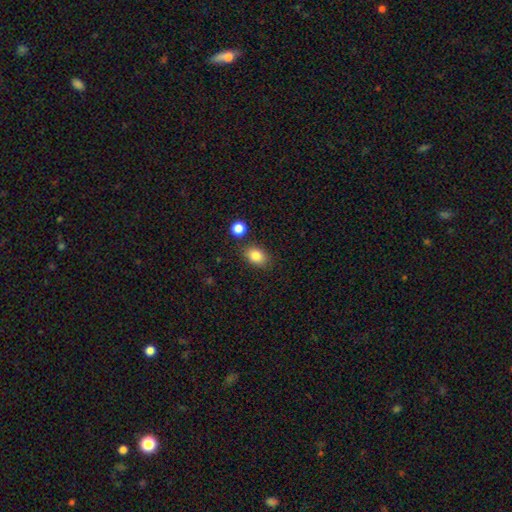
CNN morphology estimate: This appears to be a smooth galaxy with no disk features (85%) that is in between round and cigar-shaped (70%). Merging: none (80%).